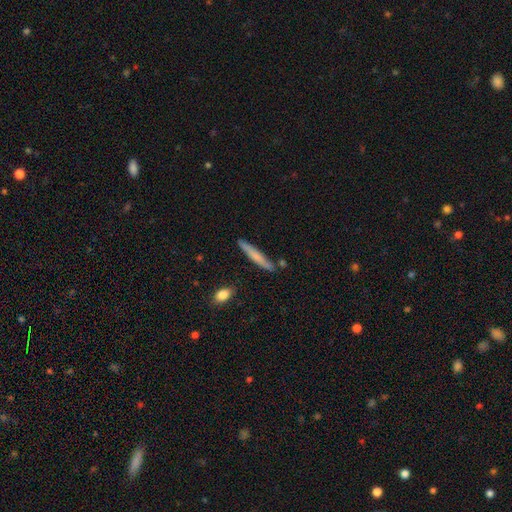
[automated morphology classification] This is likely a smooth galaxy (64%). How rounded: clearly cigar-shaped (94%). Merging: clearly none (84%).